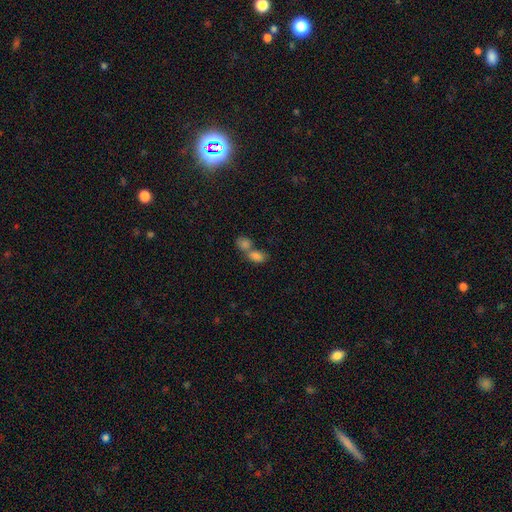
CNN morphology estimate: Smooth or featured? smooth (82%)
How rounded? in between (84%)
Merging? merger (68%)